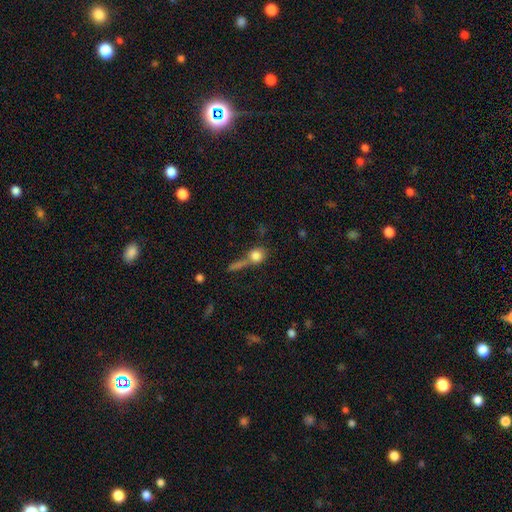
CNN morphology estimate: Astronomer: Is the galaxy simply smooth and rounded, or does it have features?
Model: smooth — 78%.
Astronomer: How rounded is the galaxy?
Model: round — 70%.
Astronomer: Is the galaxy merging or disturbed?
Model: none — 41% (runner-up: merger, 34%).